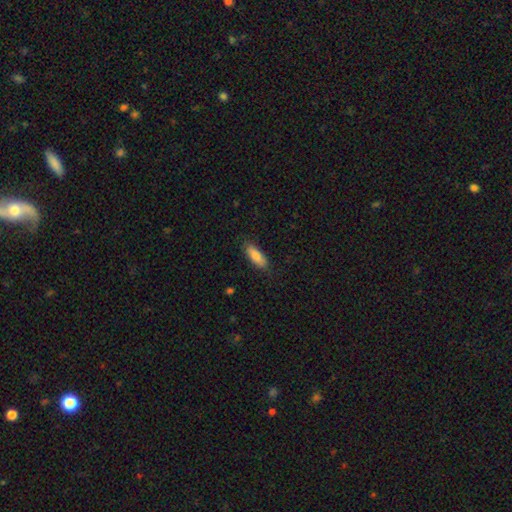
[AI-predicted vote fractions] Overall: smooth (82%). How rounded: in between (64%; cigar-shaped 34%). Merging: none (84%).